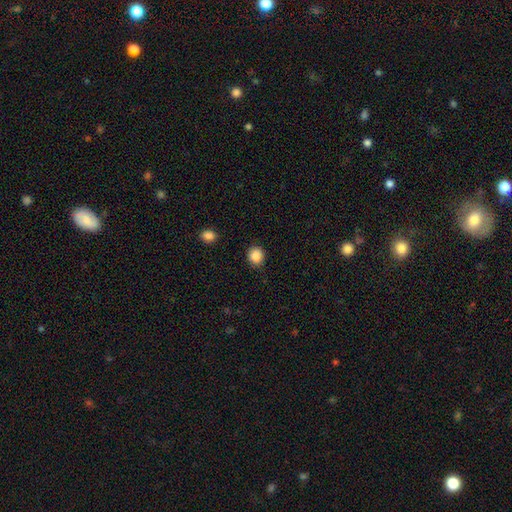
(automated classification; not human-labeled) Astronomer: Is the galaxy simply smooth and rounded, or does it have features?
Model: smooth — 88%.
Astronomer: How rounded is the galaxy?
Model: round — 77%.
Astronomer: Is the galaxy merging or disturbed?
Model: none — 87%.